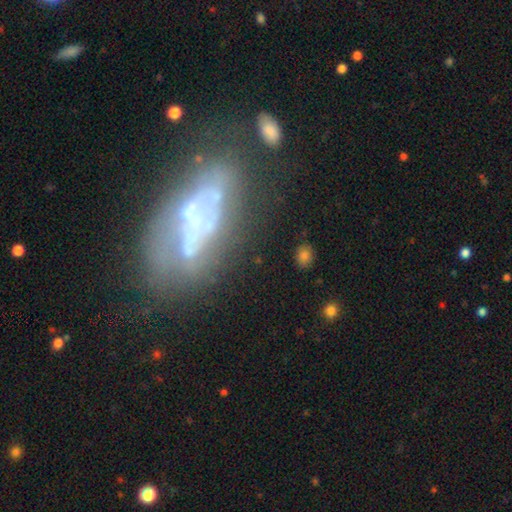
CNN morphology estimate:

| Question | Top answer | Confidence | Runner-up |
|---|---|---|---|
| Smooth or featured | featured or disk | 64% | smooth (23%) |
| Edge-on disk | no | 80% | yes (20%) |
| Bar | no | 72% | weak (16%) |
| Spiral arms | no | 77% | yes (23%) |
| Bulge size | none | 49% | small (29%) |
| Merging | none | 51% | minor disturbance (21%) |